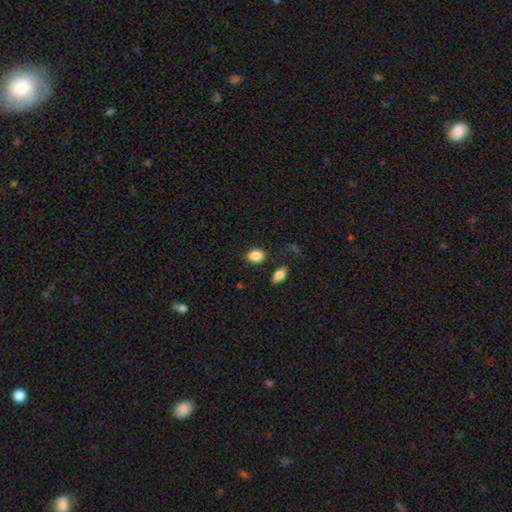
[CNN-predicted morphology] Overall: smooth (87%). How rounded: in between (67%; round 32%). Merging: none (81%).